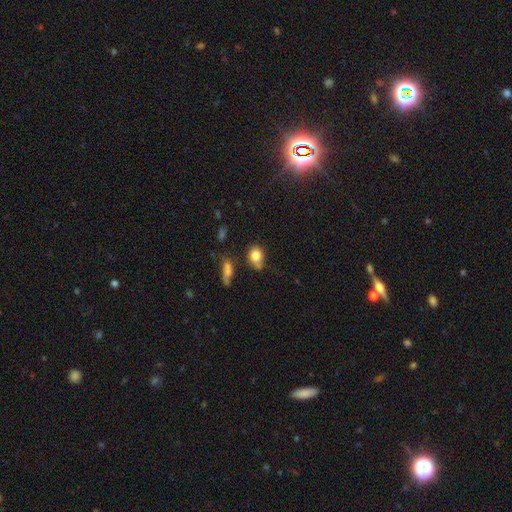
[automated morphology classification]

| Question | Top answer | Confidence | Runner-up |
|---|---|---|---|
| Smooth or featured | smooth | 80% | star or artifact (10%) |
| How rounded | in between | 51% | round (47%) |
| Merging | none | 48% | minor disturbance (27%) |